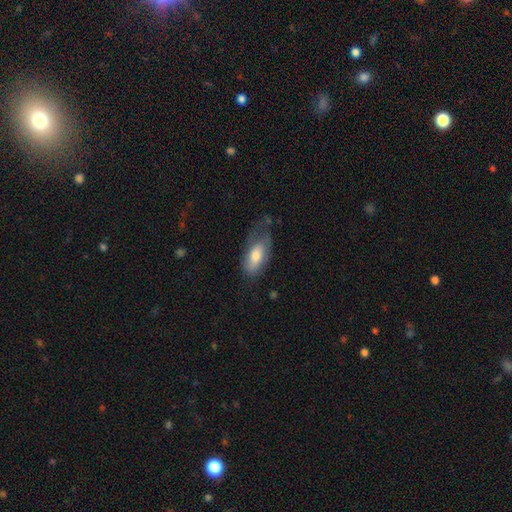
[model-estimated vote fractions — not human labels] This appears to be a smooth galaxy with no disk features (67%) that is in between round and cigar-shaped (86%). Merging: none (39%).